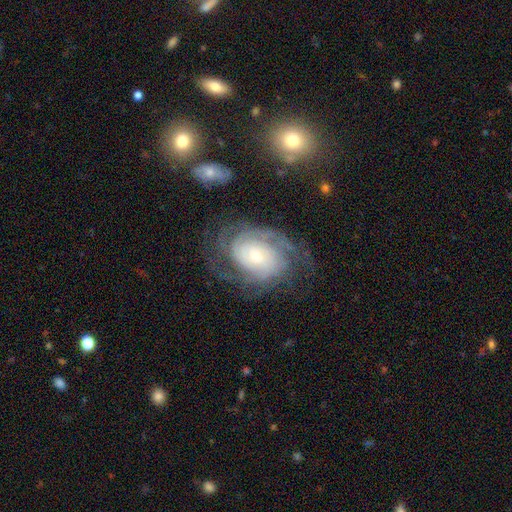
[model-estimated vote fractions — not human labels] Smooth or featured? Predicted: featured or disk (p=0.85). Edge-on disk? Predicted: no (p=0.97). Bar? Predicted: no (p=0.72). Spiral arms? Predicted: yes (p=0.96). Spiral winding? Predicted: tight (p=0.62). Spiral arm count? Predicted: can't tell (p=0.29). Bulge size? Predicted: small (p=0.69). Merging? Predicted: none (p=0.68).